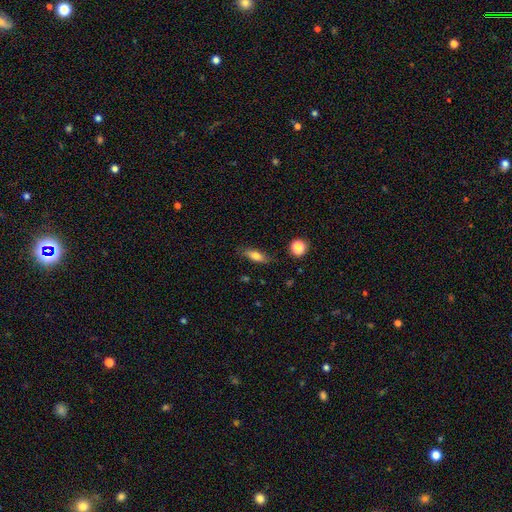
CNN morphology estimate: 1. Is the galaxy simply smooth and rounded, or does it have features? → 69% smooth, 23% featured or disk, 8% star or artifact.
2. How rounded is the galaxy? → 58% in between, 38% cigar-shaped, 4% round.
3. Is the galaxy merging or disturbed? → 80% none, 14% minor disturbance, 3% major disturbance, 2% merger.